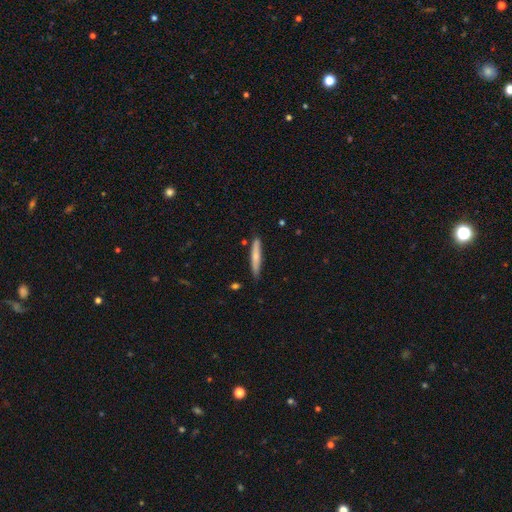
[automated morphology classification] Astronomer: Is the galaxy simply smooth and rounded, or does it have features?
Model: smooth — 67%.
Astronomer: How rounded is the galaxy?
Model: cigar-shaped — 93%.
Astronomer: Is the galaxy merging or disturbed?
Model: none — 84%.